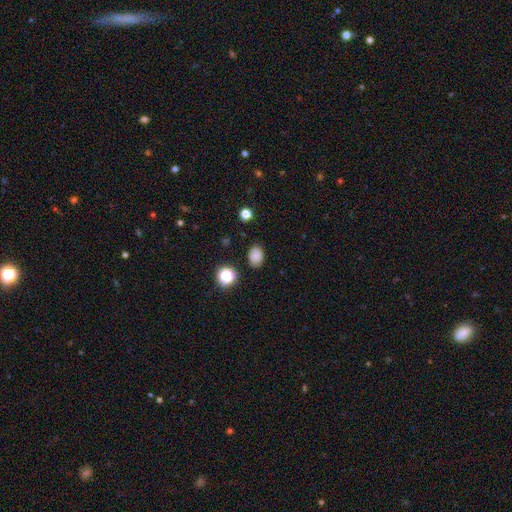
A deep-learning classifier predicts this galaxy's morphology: smooth_or_featured: smooth (p=0.82) [alt: star or artifact p=0.14]
how_rounded: in between (p=0.67) [alt: round p=0.32]
merging: none (p=0.84) [alt: minor disturbance p=0.12]